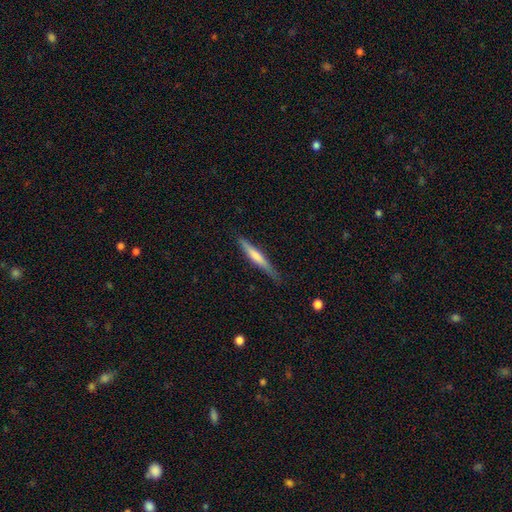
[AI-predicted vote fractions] Smooth or featured: smooth — 52% (featured or disk — 42%)
How rounded: cigar-shaped — 94% (in between — 5%)
Merging: none — 82% (minor disturbance — 14%)